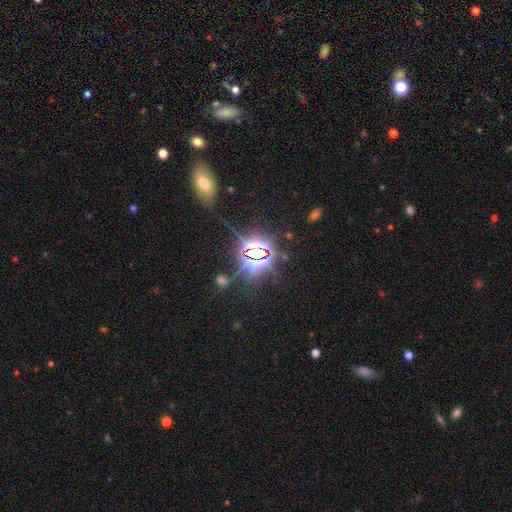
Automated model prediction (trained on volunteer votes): Smooth or featured? Predicted: star or artifact (p=0.84).